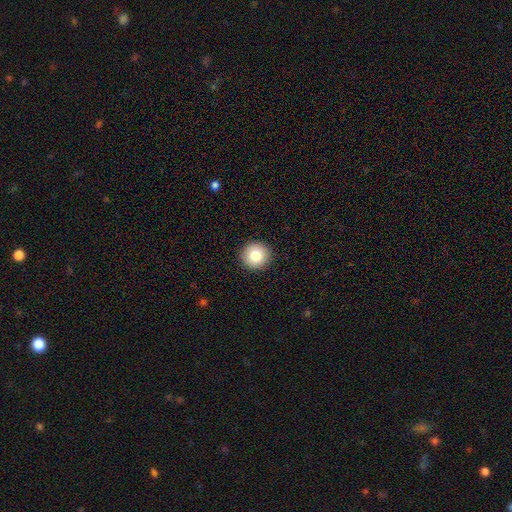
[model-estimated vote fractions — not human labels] Smooth or featured? smooth (81%)
How rounded? round (95%)
Merging? none (93%)